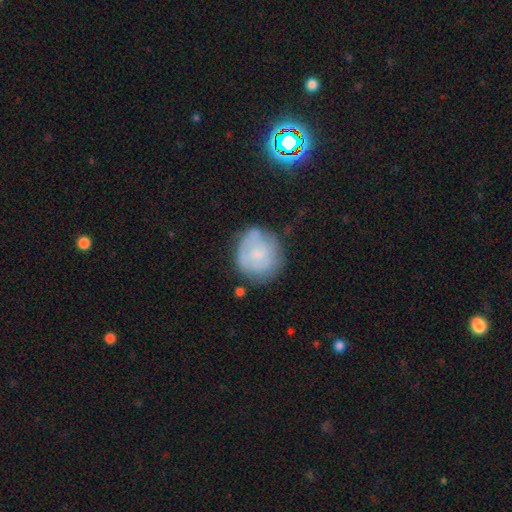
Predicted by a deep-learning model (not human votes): Smooth or featured? smooth (50%)
How rounded? round (85%)
Merging? none (62%)